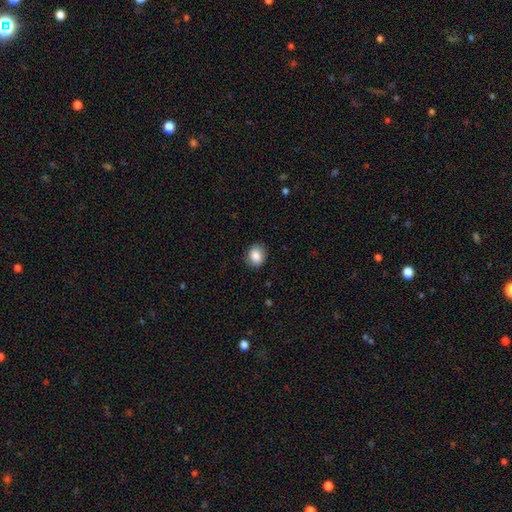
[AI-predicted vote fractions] Smooth or featured?
  - smooth: 85% *
  - star or artifact: 8%
  - featured or disk: 7%
How rounded?
  - round: 66% *
  - in between: 33%
  - cigar-shaped: 1%
Merging?
  - none: 87% *
  - minor disturbance: 10%
  - major disturbance: 2%
  - merger: 1%